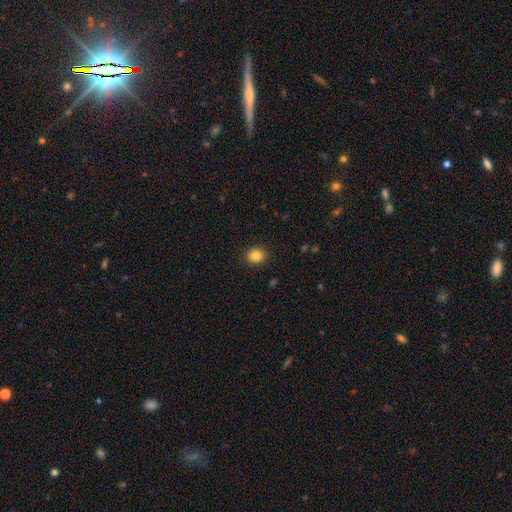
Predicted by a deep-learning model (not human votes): Smooth or featured? Predicted: smooth (p=0.85). How rounded? Predicted: round (p=0.63). Merging? Predicted: none (p=0.90).